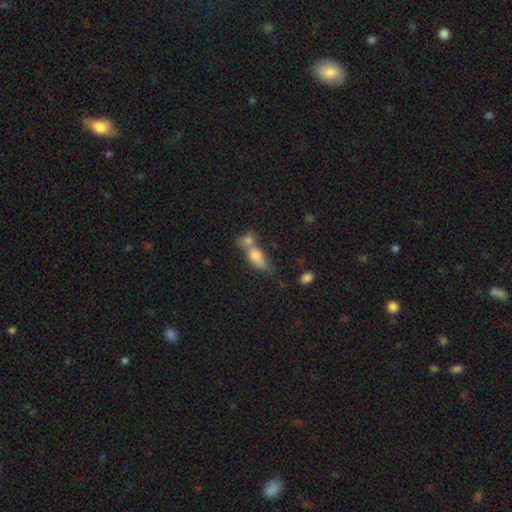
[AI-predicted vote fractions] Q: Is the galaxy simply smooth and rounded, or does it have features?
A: smooth — 69%.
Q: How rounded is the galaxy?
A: in between — 69%.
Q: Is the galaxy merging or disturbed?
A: merger — 56%.